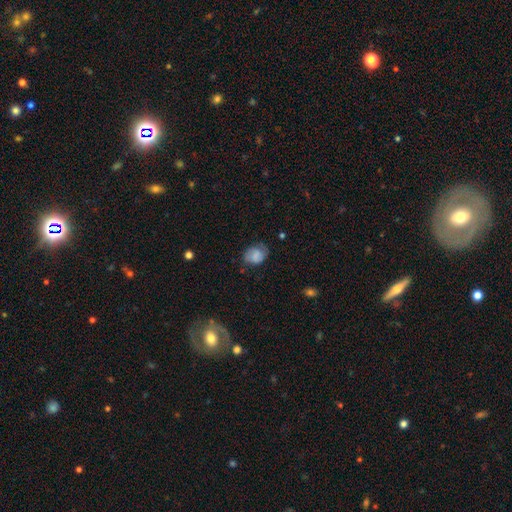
Smooth or featured: smooth — 86% (featured or disk — 8%)
How rounded: in between — 62% (round — 38%)
Merging: none — 49% (minor disturbance — 34%)